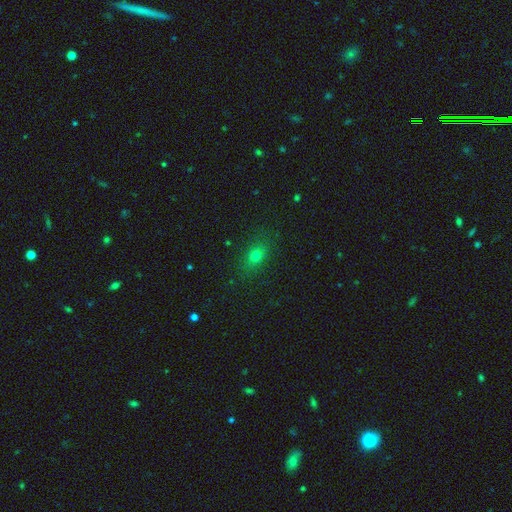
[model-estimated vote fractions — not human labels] Smooth or featured? smooth (72%)
How rounded? in between (61%)
Merging? none (84%)